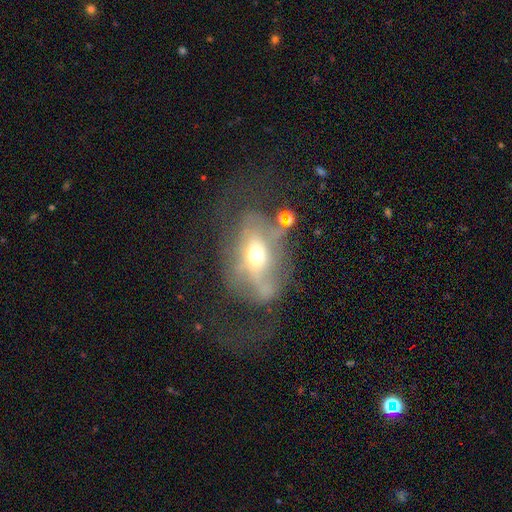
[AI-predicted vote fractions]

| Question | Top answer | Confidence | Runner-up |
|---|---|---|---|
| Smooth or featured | featured or disk | 57% | smooth (32%) |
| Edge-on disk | no | 89% | yes (11%) |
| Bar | no | 65% | weak (22%) |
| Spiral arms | no | 63% | yes (37%) |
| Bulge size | moderate | 65% | small (22%) |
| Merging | major disturbance | 46% | none (27%) |